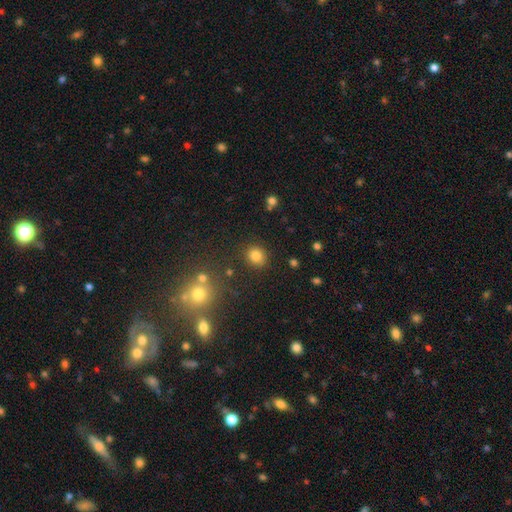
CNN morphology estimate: Smooth or featured? smooth (82%)
How rounded? round (76%)
Merging? none (85%)